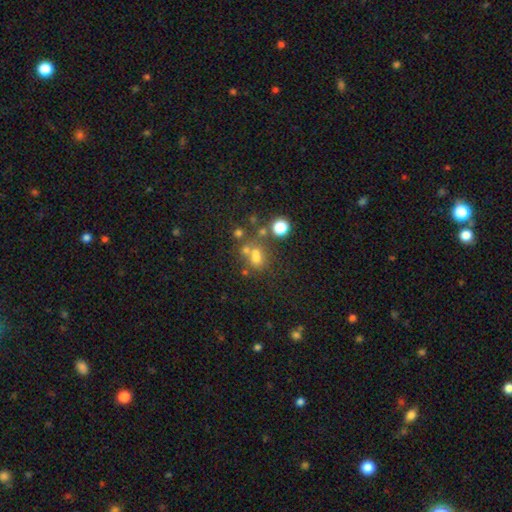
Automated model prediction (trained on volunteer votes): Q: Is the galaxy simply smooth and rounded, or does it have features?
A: smooth — 54%.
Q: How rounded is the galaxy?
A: round — 62%.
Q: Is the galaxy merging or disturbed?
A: none — 44%.